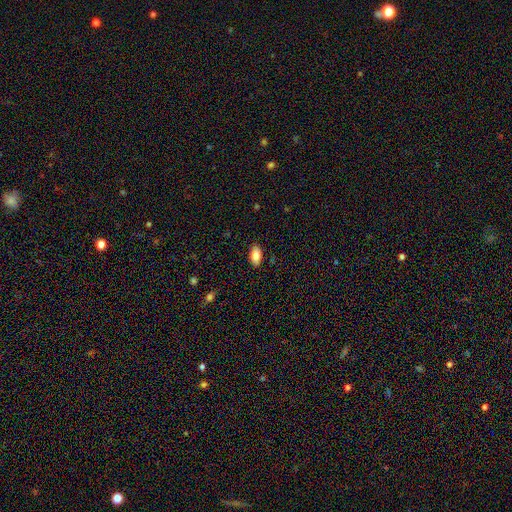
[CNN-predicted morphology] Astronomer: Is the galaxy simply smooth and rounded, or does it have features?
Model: smooth — 80%.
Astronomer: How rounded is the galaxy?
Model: in between — 92%.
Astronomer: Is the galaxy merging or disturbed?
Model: none — 88%.